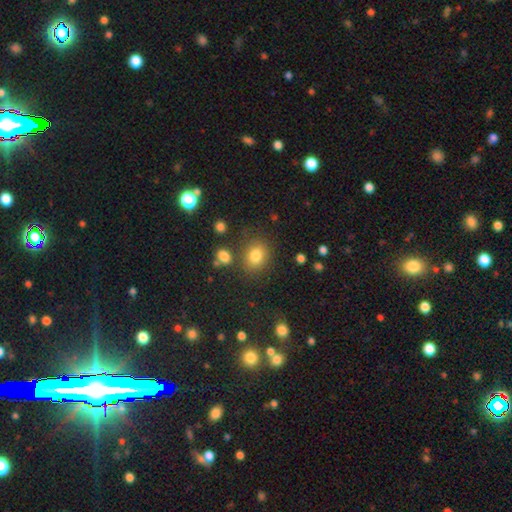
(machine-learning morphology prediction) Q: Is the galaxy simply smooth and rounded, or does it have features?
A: smooth — 80%.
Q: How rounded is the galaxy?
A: round — 55%.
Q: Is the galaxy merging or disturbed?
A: none — 77%.